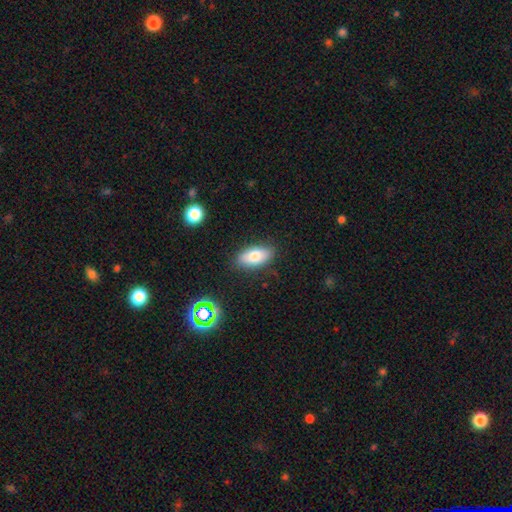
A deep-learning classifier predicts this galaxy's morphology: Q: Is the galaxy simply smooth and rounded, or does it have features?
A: smooth — 75%.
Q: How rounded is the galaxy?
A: in between — 88%.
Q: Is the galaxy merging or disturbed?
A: none — 86%.